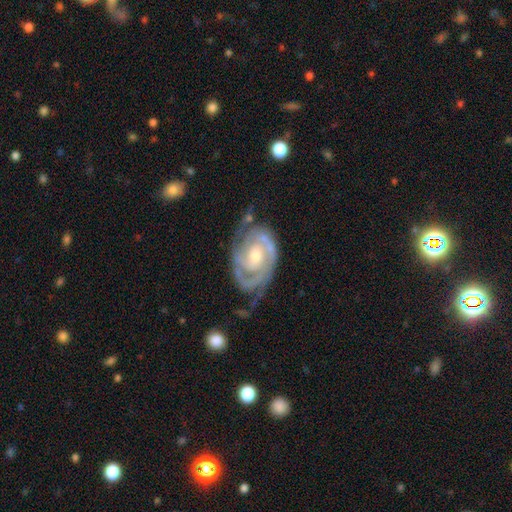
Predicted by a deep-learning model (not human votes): featured or disk 91%, smooth 5%, star or artifact 4%. Down the decision tree: edge-on disk — no (97%); bar — no (54%); spiral arms — yes (97%); spiral arm count — 2 (71%); spiral winding — tight (66%); bulge size — moderate (57%); merging — none (65%).